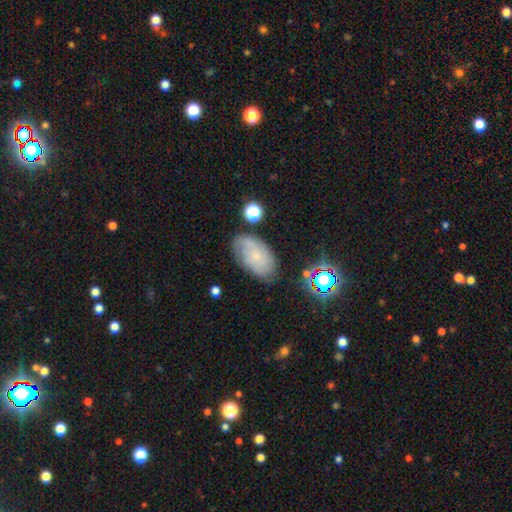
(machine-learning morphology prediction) This appears to be a smooth galaxy with no disk features (45%). Merging: none (65%).